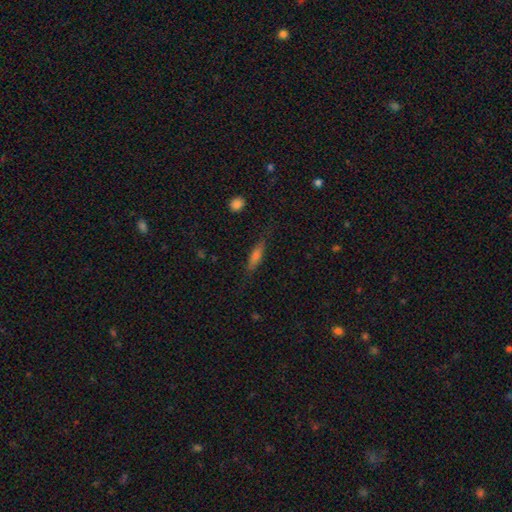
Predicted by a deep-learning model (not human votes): A smooth galaxy with no disk features (61%) that is cigar-shaped (68%).

Vote fractions:
- Smooth or featured? smooth: 61% / featured or disk: 29% / star or artifact: 10%
- How rounded? cigar-shaped: 68% / in between: 29% / round: 3%
- Merging? none: 80% / minor disturbance: 14% / major disturbance: 4% / merger: 1%